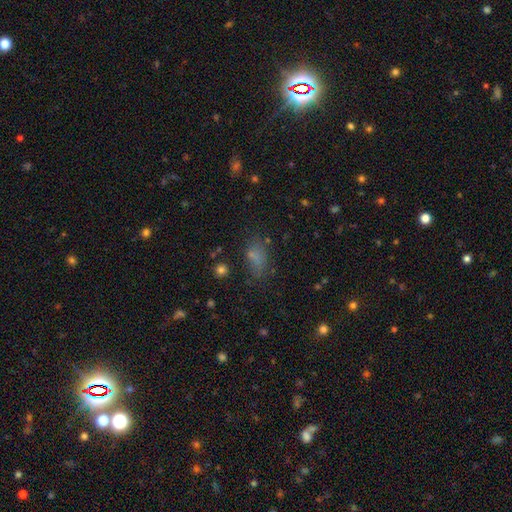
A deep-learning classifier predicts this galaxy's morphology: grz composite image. It shows a smooth galaxy with no disk features (65%) that is in between round and cigar-shaped (80%). Merging: none (61%).